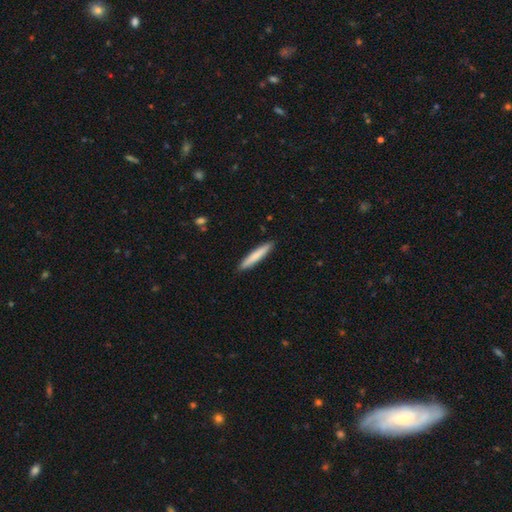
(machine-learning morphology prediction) A smooth galaxy with no disk features (77%) that is cigar-shaped (94%). Merging: none (91%).